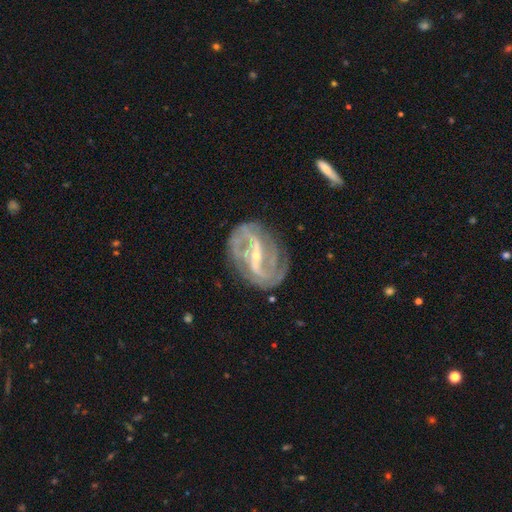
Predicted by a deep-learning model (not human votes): featured or disk 90%, star or artifact 5%, smooth 4%. Down the decision tree: edge-on disk — no (96%); bar — strong (62%); spiral arms — yes (96%); spiral arm count — 2 (60%); spiral winding — medium (45%); bulge size — small (73%); merging — none (74%).